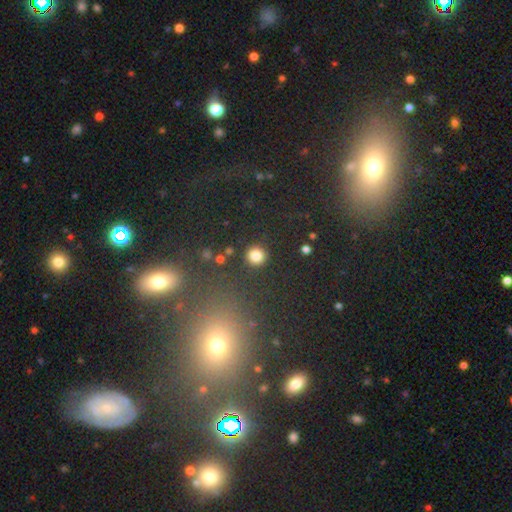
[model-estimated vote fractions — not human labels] Smooth or featured: smooth — 83% (star or artifact — 12%)
How rounded: round — 93% (in between — 6%)
Merging: none — 90% (minor disturbance — 6%)